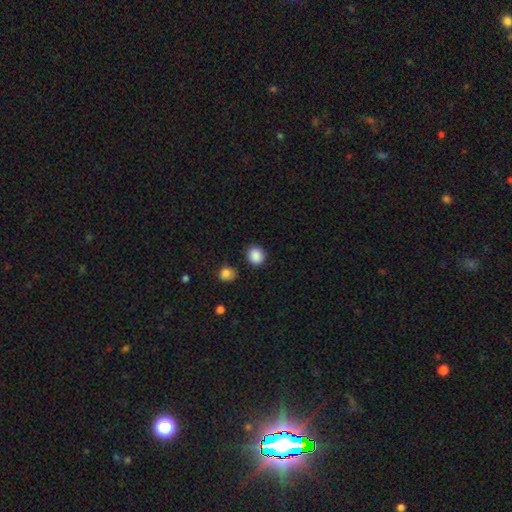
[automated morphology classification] smooth-or-featured: smooth: 88% | star or artifact: 9% | featured or disk: 3%
  how-rounded: round: 75% | in between: 24% | cigar-shaped: 1%
  merging: none: 84% | minor disturbance: 10% | merger: 3% | major disturbance: 3%